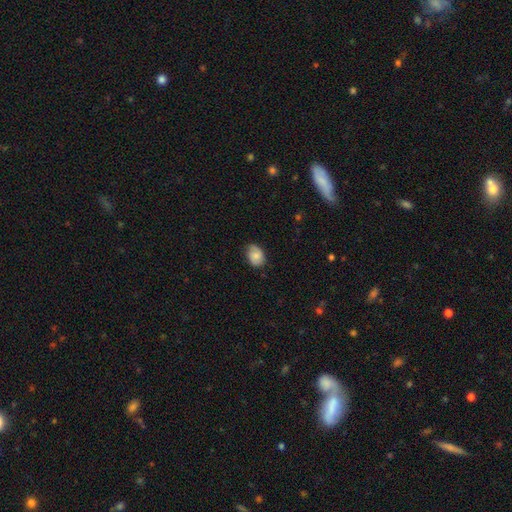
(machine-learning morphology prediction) The model was most divided on "how rounded": in between: 70%, round: 29%, cigar-shaped: 1%. More confident: smooth or featured — smooth (78%); merging — none (72%).